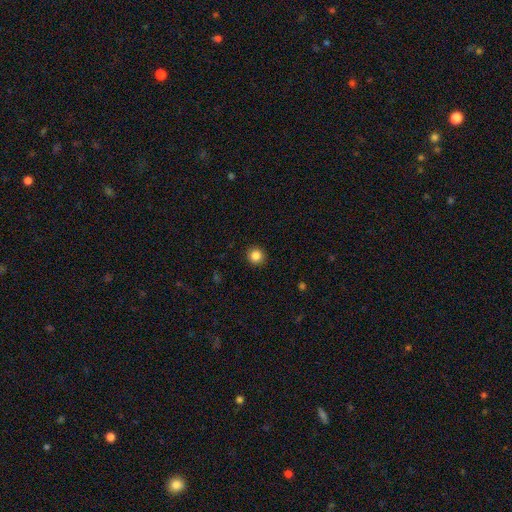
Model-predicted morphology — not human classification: smooth-or-featured: smooth: 85% | star or artifact: 11% | featured or disk: 5%
  how-rounded: round: 93% | in between: 6% | cigar-shaped: 1%
  merging: none: 93% | minor disturbance: 5% | major disturbance: 2% | merger: 1%